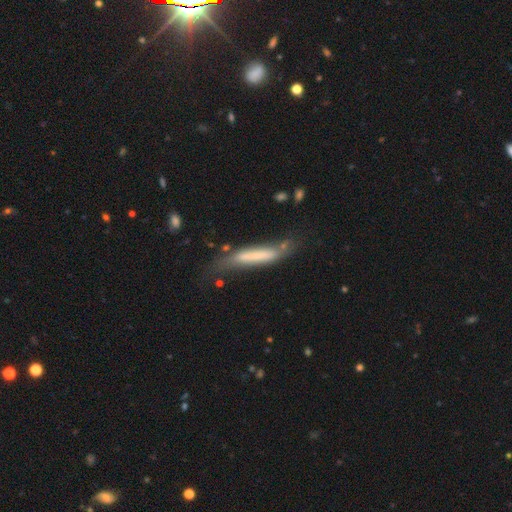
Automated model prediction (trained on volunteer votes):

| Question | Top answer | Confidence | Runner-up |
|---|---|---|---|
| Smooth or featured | smooth | 56% | featured or disk (37%) |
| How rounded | cigar-shaped | 90% | in between (9%) |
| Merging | none | 48% | minor disturbance (30%) |